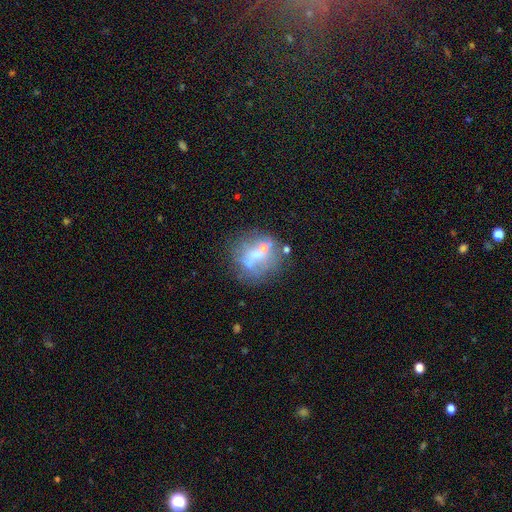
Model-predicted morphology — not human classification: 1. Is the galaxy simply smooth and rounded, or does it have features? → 49% featured or disk, 35% smooth, 17% star or artifact.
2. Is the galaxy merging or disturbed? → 45% none, 21% merger, 17% major disturbance, 17% minor disturbance.